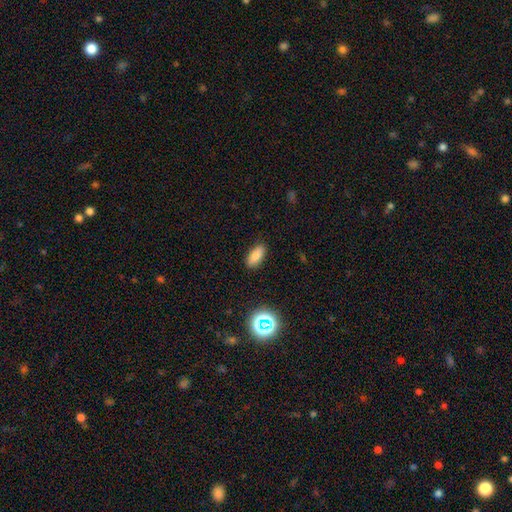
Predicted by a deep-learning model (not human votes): A smooth galaxy with no disk features (81%) that is in between round and cigar-shaped (83%). Merging: none (88%).